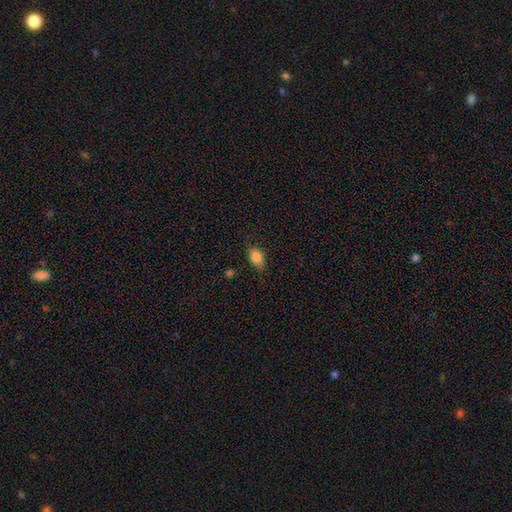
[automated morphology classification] A smooth galaxy with no disk features (85%) that is in between round and cigar-shaped (84%). Merging: none (78%).